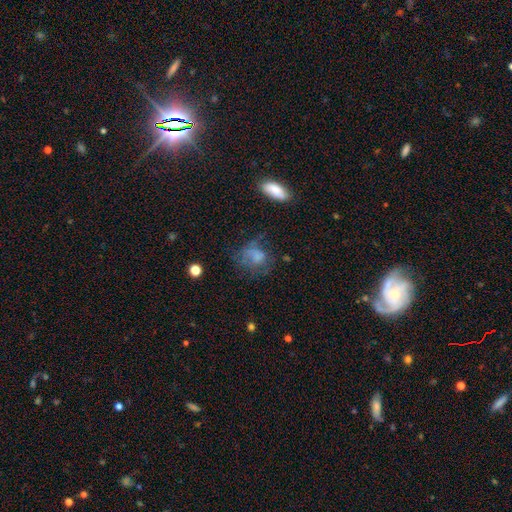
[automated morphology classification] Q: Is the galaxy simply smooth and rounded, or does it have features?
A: smooth — 58%.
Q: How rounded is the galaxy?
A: round — 51%.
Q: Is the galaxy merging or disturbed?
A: none — 41%.